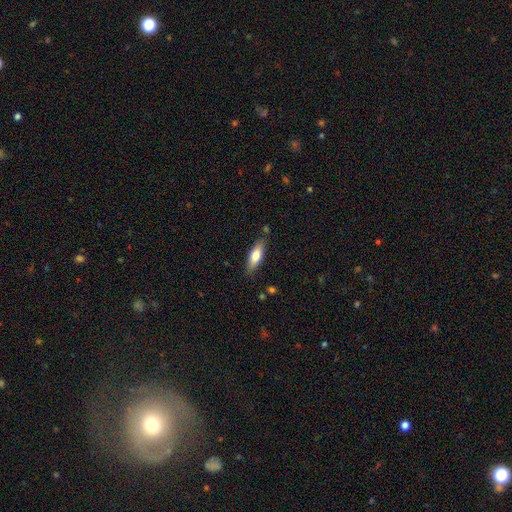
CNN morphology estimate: smooth-or-featured: smooth: 71% | featured or disk: 23% | star or artifact: 6%
  how-rounded: in between: 55% | cigar-shaped: 43% | round: 2%
  merging: none: 82% | minor disturbance: 13% | major disturbance: 3% | merger: 2%